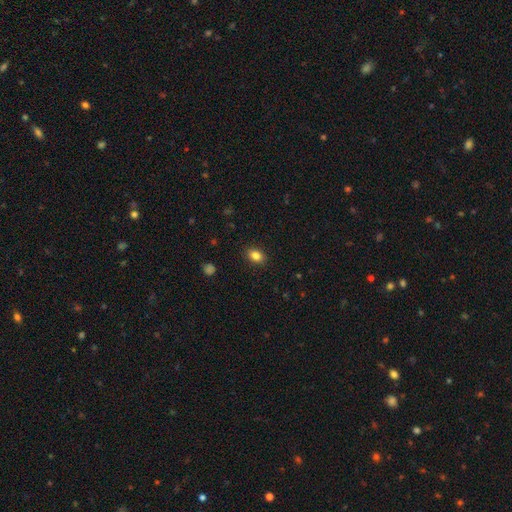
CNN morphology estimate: Smooth or featured? Predicted: smooth (p=0.84). How rounded? Predicted: in between (p=0.75). Merging? Predicted: none (p=0.89).